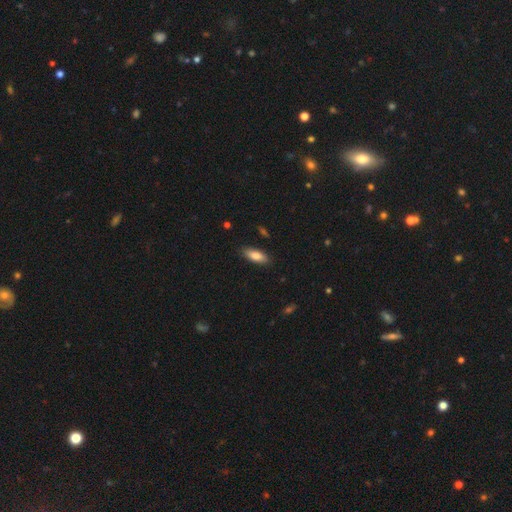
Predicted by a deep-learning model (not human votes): A smooth galaxy with no disk features (83%) that is in between round and cigar-shaped (74%). Merging: none (86%).